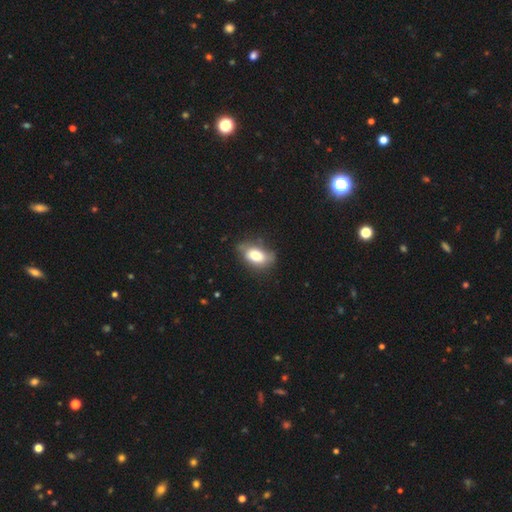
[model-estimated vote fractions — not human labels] smooth-or-featured: smooth: 74% | featured or disk: 18% | star or artifact: 8%
  how-rounded: in between: 86% | round: 11% | cigar-shaped: 3%
  merging: none: 61% | minor disturbance: 29% | major disturbance: 8% | merger: 2%